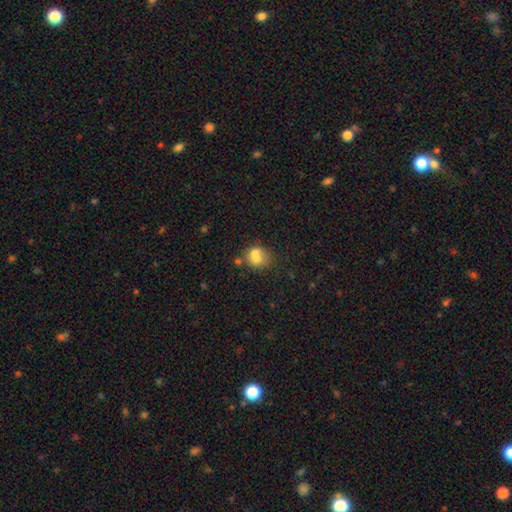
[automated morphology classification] smooth 69%, featured or disk 20%, star or artifact 12%. Down the decision tree: how rounded — round (63%); merging — merger (48%).